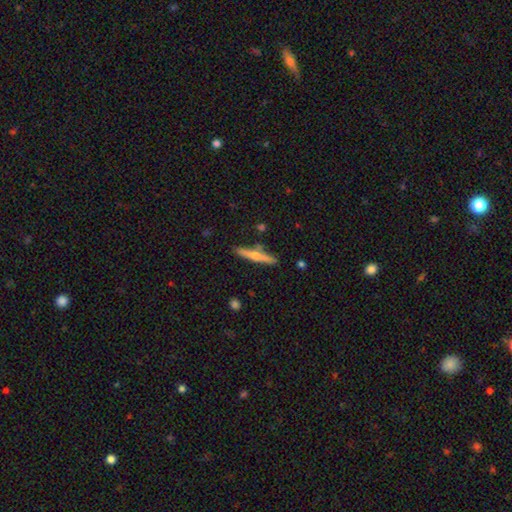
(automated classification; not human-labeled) Smooth or featured: smooth — 50% (featured or disk — 44%)
Merging: none — 82% (minor disturbance — 11%)